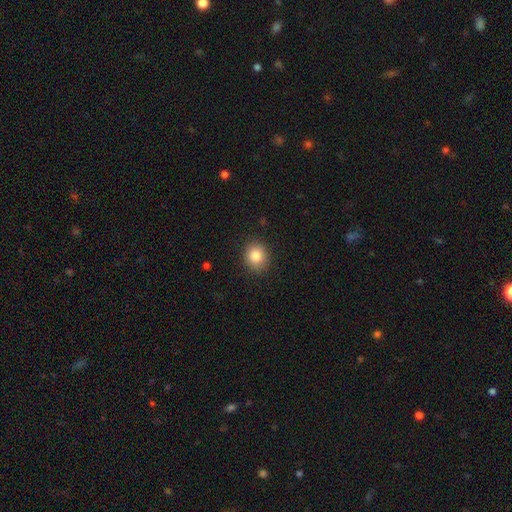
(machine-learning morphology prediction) A smooth galaxy with no disk features (84%) that is round (75%).

Vote fractions:
- Smooth or featured? smooth: 84% / star or artifact: 10% / featured or disk: 6%
- How rounded? round: 75% / in between: 24% / cigar-shaped: 1%
- Merging? none: 88% / minor disturbance: 8% / major disturbance: 2% / merger: 1%